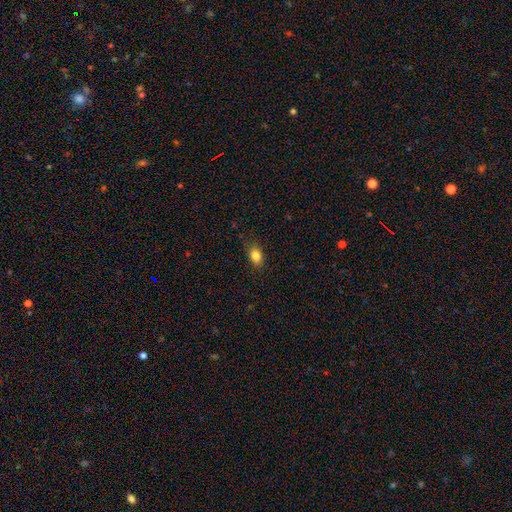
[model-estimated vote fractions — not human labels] Morphology: type=smooth (84%); roundness=in between (76%); merging=none (84%).